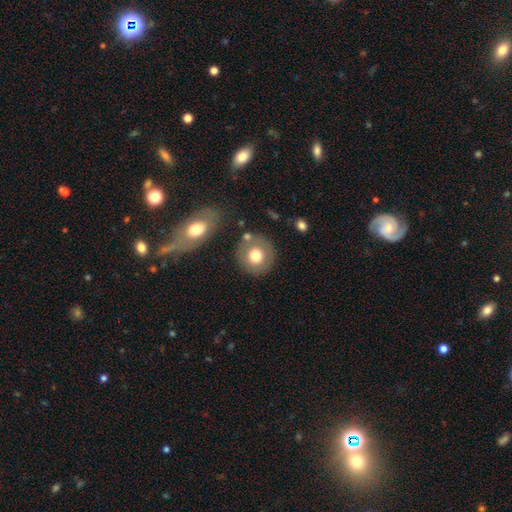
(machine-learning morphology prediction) Q: Smooth or featured?
A: smooth (69%); runner-up: featured or disk (22%)
Q: How rounded?
A: round (91%); runner-up: in between (8%)
Q: Merging?
A: none (78%); runner-up: minor disturbance (11%)